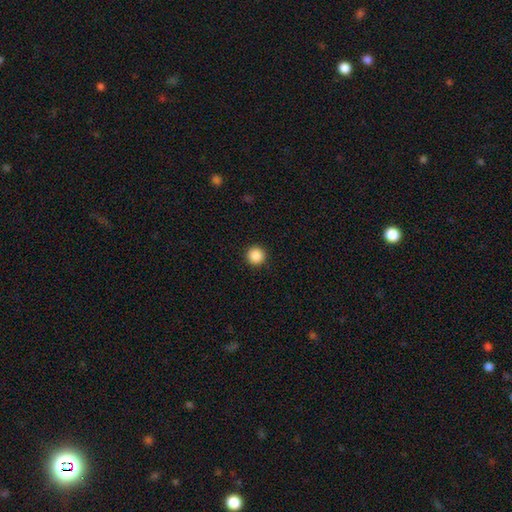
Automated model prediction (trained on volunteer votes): This appears to be a smooth galaxy with no disk features (88%) that is round (96%). Merging: none (93%).